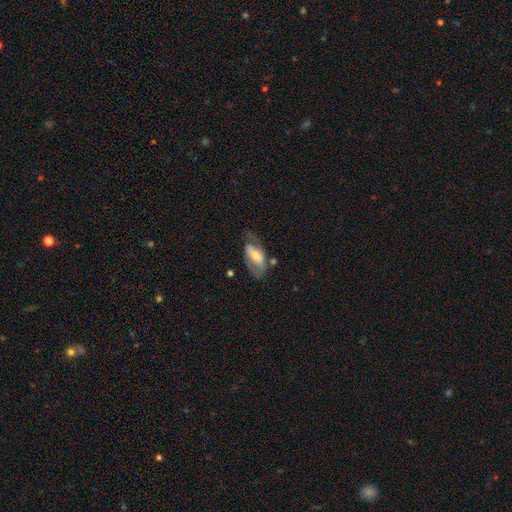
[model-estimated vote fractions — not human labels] This is possibly a featured or disk galaxy (53%). It is clearly not viewed edge-on (87%). Merging: possibly none (50%).